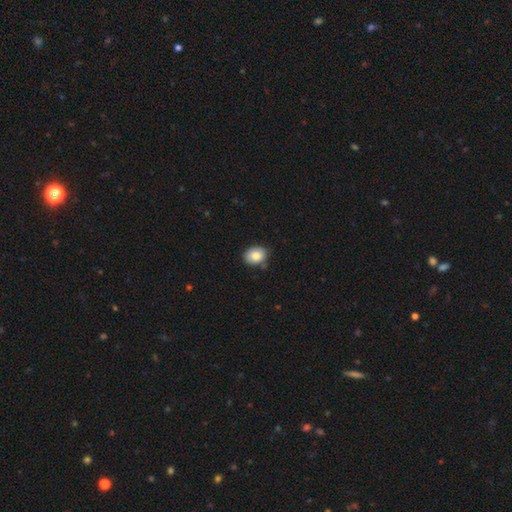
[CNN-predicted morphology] Smooth or featured? smooth (83%)
How rounded? in between (62%)
Merging? none (79%)